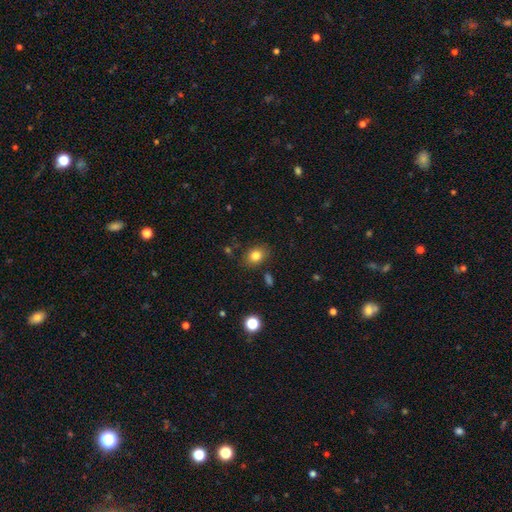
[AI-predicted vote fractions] Smooth or featured? Predicted: smooth (p=0.82). How rounded? Predicted: in between (p=0.60). Merging? Predicted: none (p=0.83).